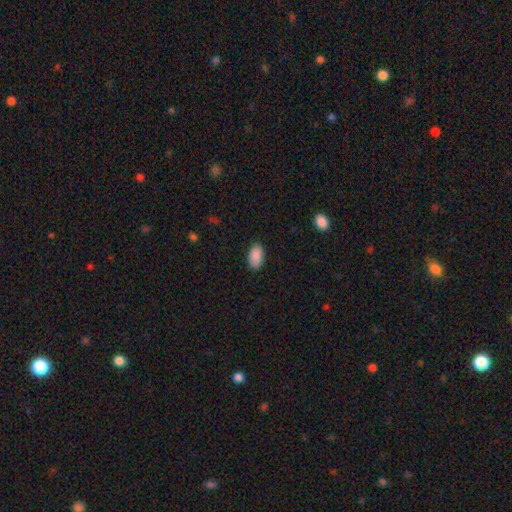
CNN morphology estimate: Smooth or featured: smooth — 90% (star or artifact — 7%)
How rounded: in between — 95% (round — 3%)
Merging: none — 87% (minor disturbance — 9%)